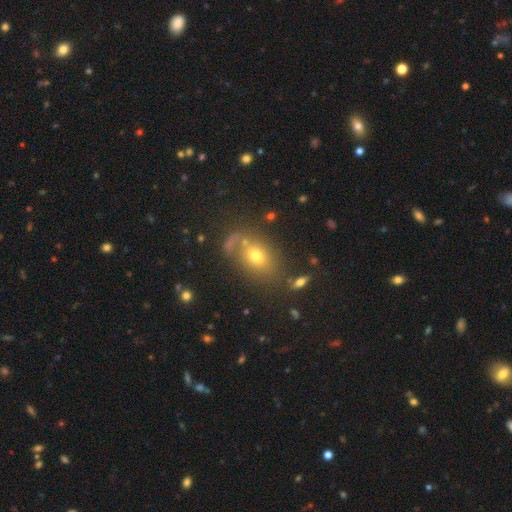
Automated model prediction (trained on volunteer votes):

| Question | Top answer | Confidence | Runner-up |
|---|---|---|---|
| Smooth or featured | smooth | 61% | featured or disk (21%) |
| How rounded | in between | 64% | round (33%) |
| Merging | none | 62% | minor disturbance (16%) |